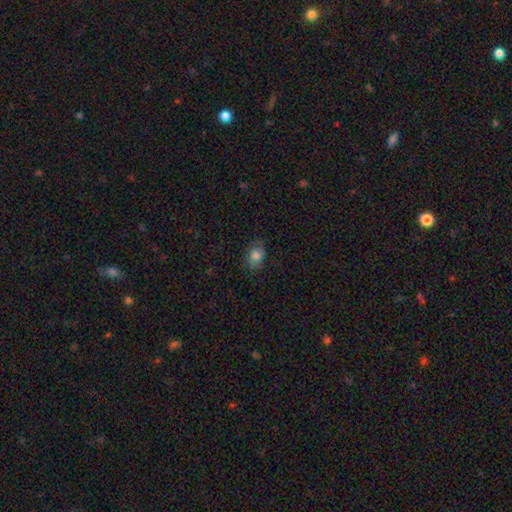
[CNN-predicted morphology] Q: Smooth or featured?
A: smooth (76%); runner-up: featured or disk (14%)
Q: How rounded?
A: in between (67%); runner-up: round (32%)
Q: Merging?
A: none (73%); runner-up: minor disturbance (20%)